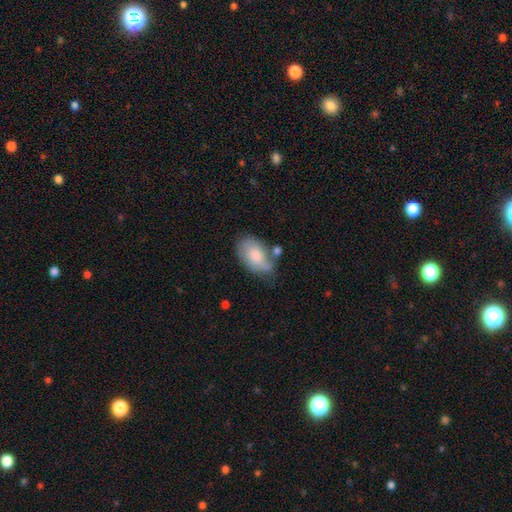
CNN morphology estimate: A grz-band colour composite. It shows a smooth galaxy with no disk features (60%) that is in between round and cigar-shaped (90%). Merging: none (43%).